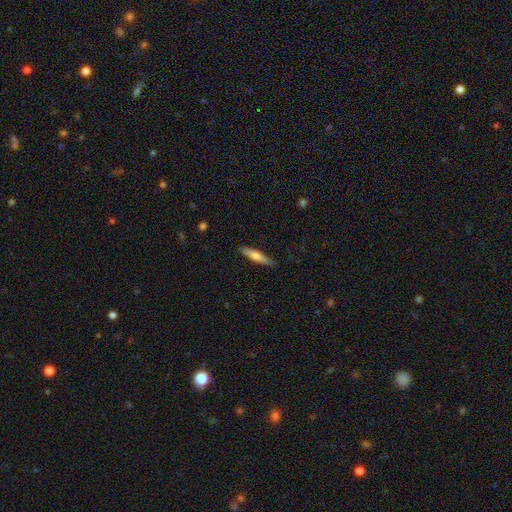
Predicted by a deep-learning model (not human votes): smooth_or_featured: smooth (p=0.53) [alt: featured or disk p=0.42]
how_rounded: cigar-shaped (p=0.86) [alt: in between p=0.12]
merging: none (p=0.89) [alt: minor disturbance p=0.09]